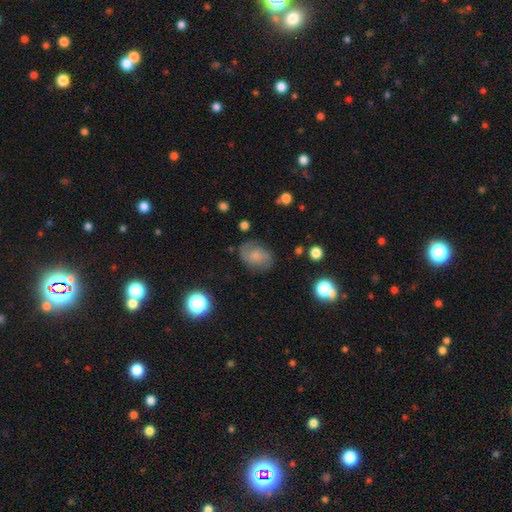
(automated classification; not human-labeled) Smooth or featured? smooth (50%)
Merging? none (71%)